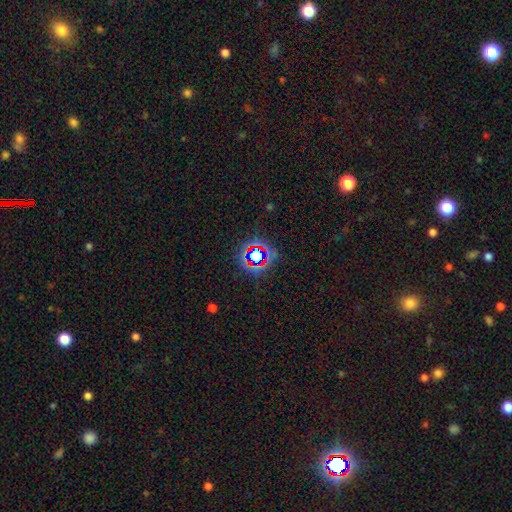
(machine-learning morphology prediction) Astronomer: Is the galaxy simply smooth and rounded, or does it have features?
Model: star or artifact — 68%.